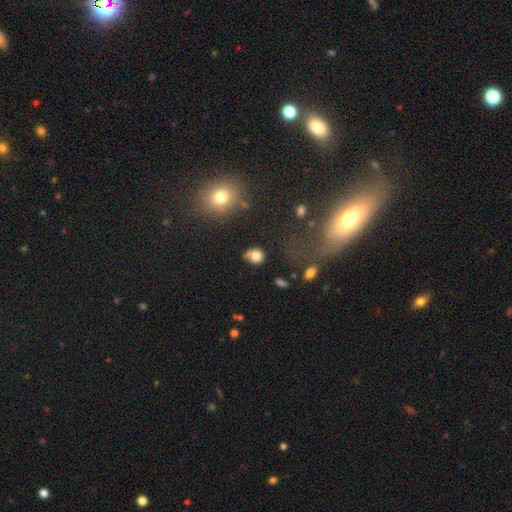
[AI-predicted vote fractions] Smooth or featured?
  - smooth: 78% *
  - star or artifact: 12%
  - featured or disk: 11%
How rounded?
  - round: 68% *
  - in between: 30%
  - cigar-shaped: 1%
Merging?
  - none: 53% *
  - minor disturbance: 28%
  - major disturbance: 12%
  - merger: 6%